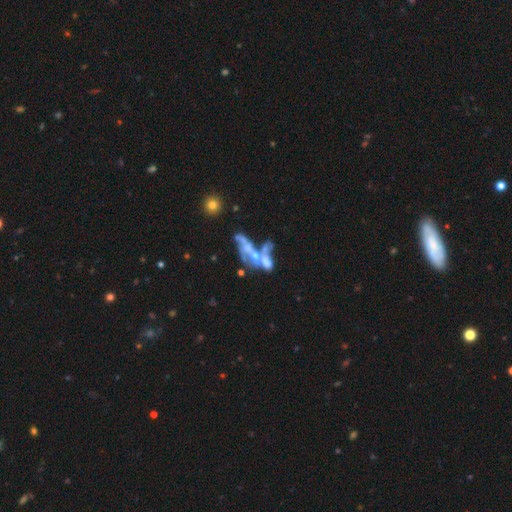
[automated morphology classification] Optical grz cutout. It shows a featured or disk galaxy (65%) with no bar (81%), no spiral arms (77%) and no central bulge (33%). Merging: merger (55%).